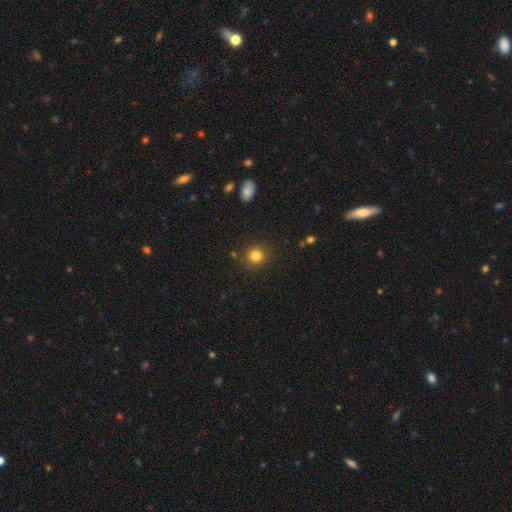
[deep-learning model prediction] Morphology: type=smooth (82%); roundness=round (92%); merging=none (89%).